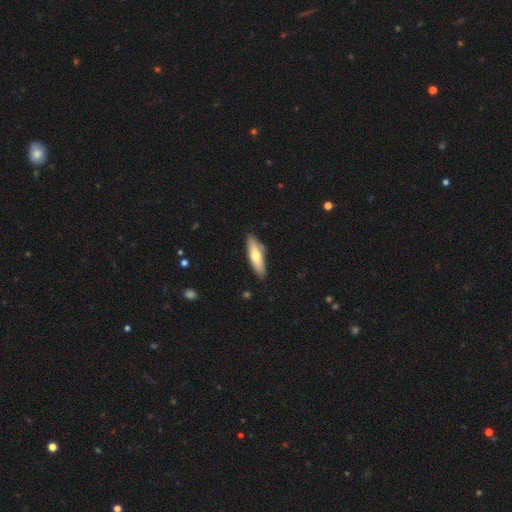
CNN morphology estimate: Overall: smooth (65%; featured or disk 29%). How rounded: cigar-shaped (59%; in between 39%). Merging: none (84%).